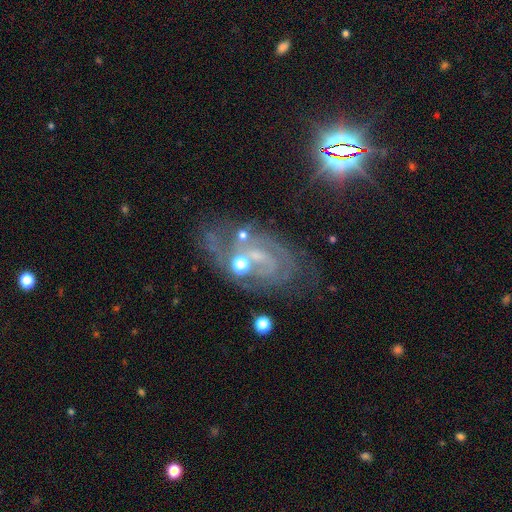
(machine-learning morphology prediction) featured or disk 76%, star or artifact 15%, smooth 9%. Down the decision tree: edge-on disk — no (96%); bar — no (44%); spiral arms — yes (88%); spiral arm count — 2 (49%); spiral winding — tight (50%); bulge size — small (45%); merging — none (58%).